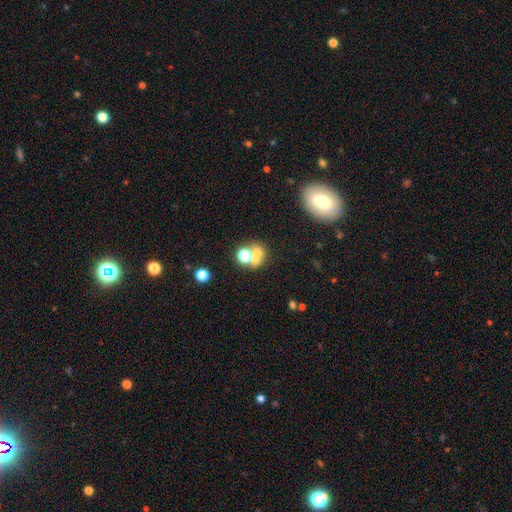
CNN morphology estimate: Smooth or featured? smooth (57%)
How rounded? round (71%)
Merging? merger (48%)